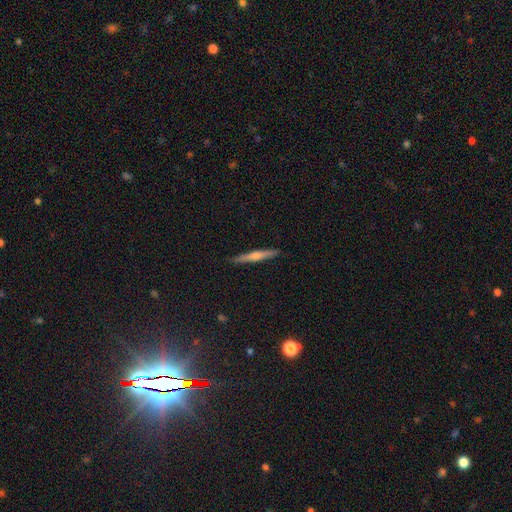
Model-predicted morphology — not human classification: Q: Smooth or featured?
A: featured or disk (64%); runner-up: smooth (29%)
Q: Edge-on disk?
A: yes (97%); runner-up: no (3%)
Q: Edge-on bulge?
A: rounded (77%); runner-up: none (17%)
Q: Merging?
A: none (92%); runner-up: minor disturbance (6%)